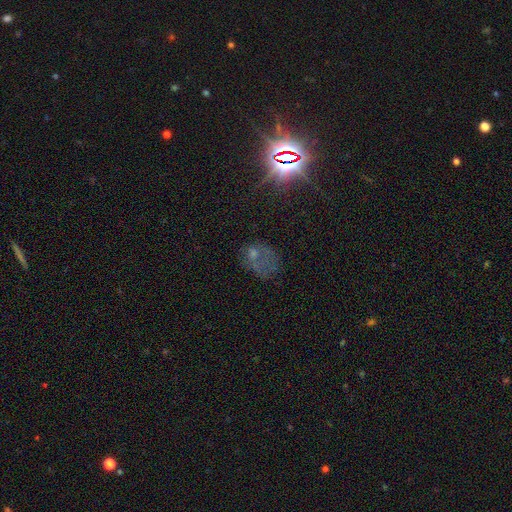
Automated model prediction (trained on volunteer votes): smooth 37%, star or artifact 34%, featured or disk 28%. Down the decision tree: merging — none (38%).